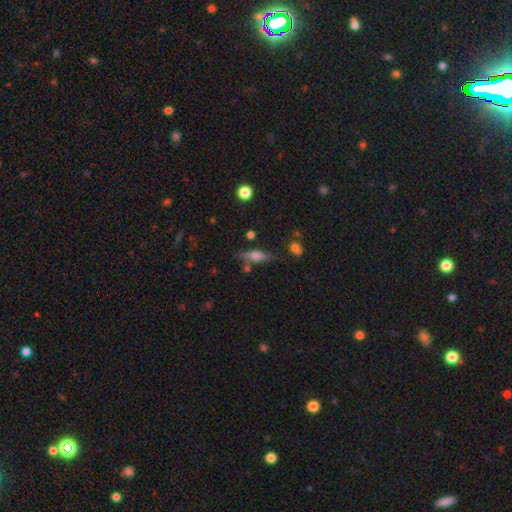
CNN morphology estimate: A smooth galaxy with no disk features (52%) that is cigar-shaped (54%).

Vote fractions:
- Smooth or featured? smooth: 52% / featured or disk: 39% / star or artifact: 9%
- How rounded? cigar-shaped: 54% / in between: 42% / round: 4%
- Merging? none: 71% / minor disturbance: 16% / merger: 7% / major disturbance: 5%